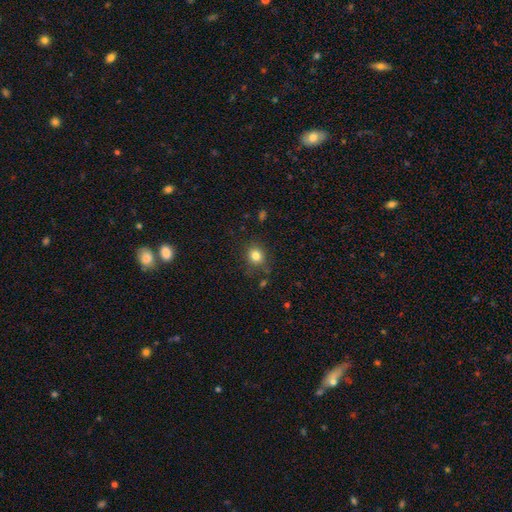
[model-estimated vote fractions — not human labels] A smooth galaxy with no disk features (82%) that is round (81%). Merging: none (82%).